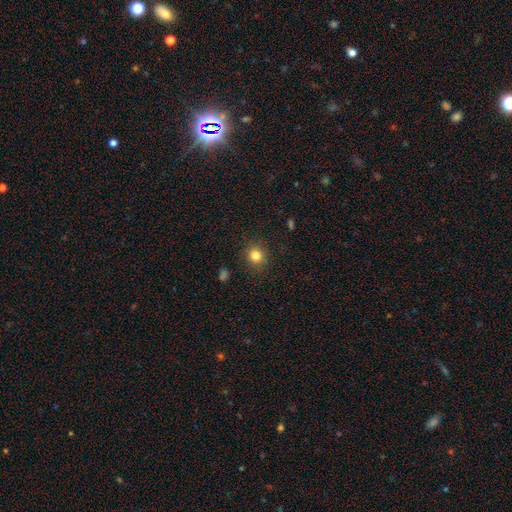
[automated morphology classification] smooth-or-featured: smooth: 82% | star or artifact: 12% | featured or disk: 6%
  how-rounded: round: 84% | in between: 15% | cigar-shaped: 1%
  merging: none: 88% | minor disturbance: 8% | major disturbance: 3% | merger: 1%